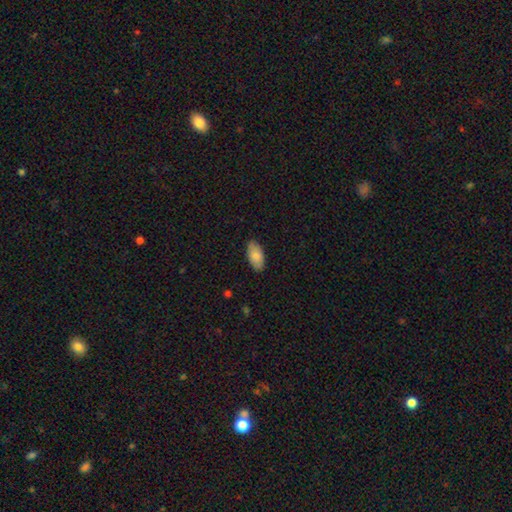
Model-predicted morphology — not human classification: Smooth or featured? Predicted: smooth (p=0.85). How rounded? Predicted: in between (p=0.94). Merging? Predicted: none (p=0.85).